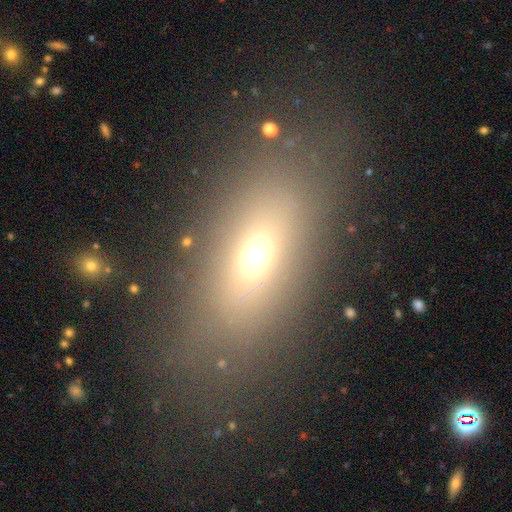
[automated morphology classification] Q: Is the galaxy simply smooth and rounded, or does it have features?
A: smooth — 62%.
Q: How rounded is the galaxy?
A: in between — 72%.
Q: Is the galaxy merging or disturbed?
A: none — 75%.